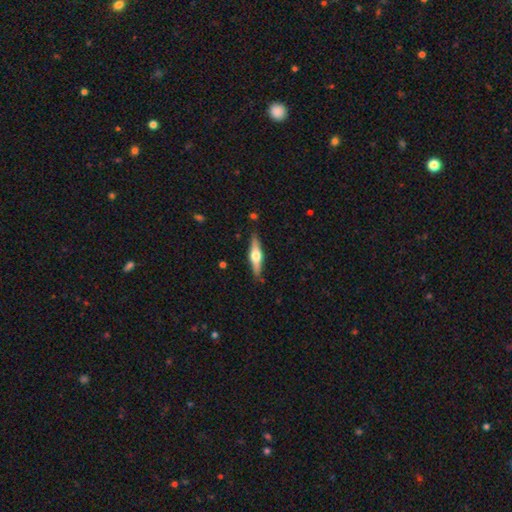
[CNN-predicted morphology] smooth-or-featured: featured or disk: 60% | smooth: 34% | star or artifact: 5%
  disk-edge-on: yes: 95% | no: 5%
    edge-on-bulge: rounded: 94% | boxy: 4% | none: 2%
  merging: none: 87% | minor disturbance: 9% | major disturbance: 2% | merger: 1%